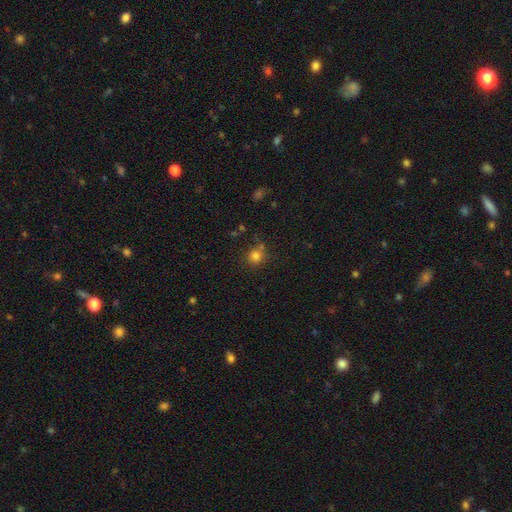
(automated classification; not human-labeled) smooth 79%, star or artifact 14%, featured or disk 7%. Down the decision tree: how rounded — round (83%); merging — none (67%).